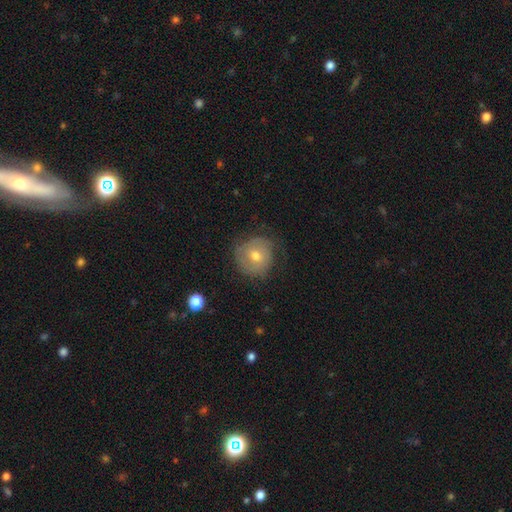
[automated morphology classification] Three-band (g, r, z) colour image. It shows a smooth galaxy with no disk features (49%). Merging: none (67%).